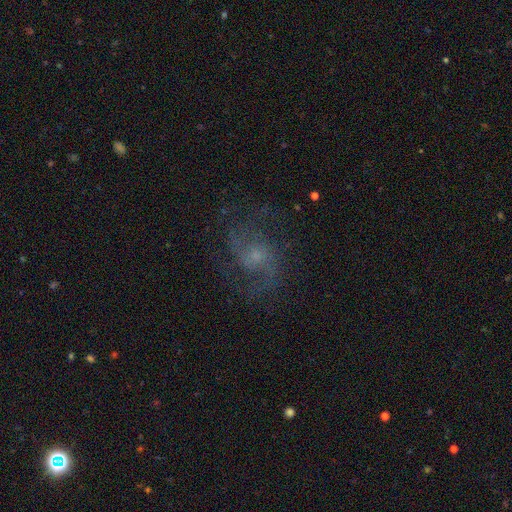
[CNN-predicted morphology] The model was most divided on "spiral winding": medium: 50%, loose: 38%, tight: 13%. More confident: edge-on disk — no (97%); spiral arms — yes (93%); smooth or featured — featured or disk (77%); spiral arm count — 2 (77%); merging — none (69%); bar — no (63%); bulge size — small (59%).